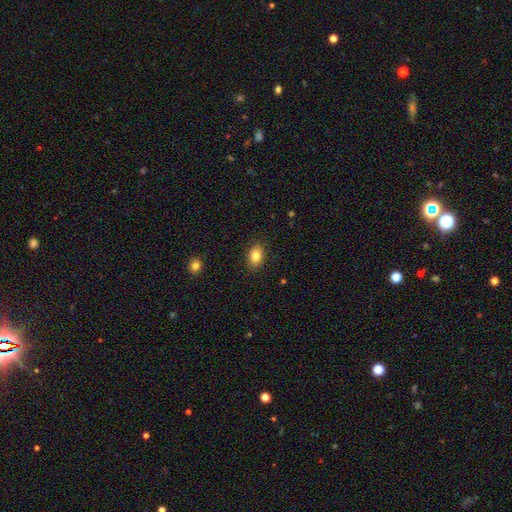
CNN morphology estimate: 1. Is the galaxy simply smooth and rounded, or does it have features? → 83% smooth, 9% star or artifact, 8% featured or disk.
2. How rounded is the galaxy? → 80% in between, 18% round, 1% cigar-shaped.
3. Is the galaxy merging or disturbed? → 88% none, 9% minor disturbance, 2% major disturbance, 1% merger.